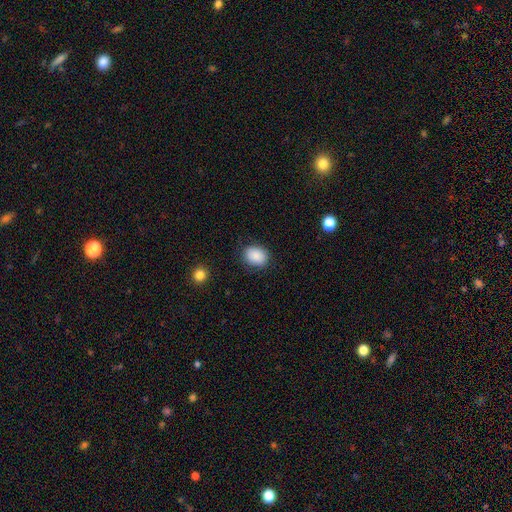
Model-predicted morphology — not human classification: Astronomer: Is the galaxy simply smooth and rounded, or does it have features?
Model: smooth — 88%.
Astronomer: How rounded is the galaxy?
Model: in between — 53% (runner-up: round, 46%).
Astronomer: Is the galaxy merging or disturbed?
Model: none — 83%.